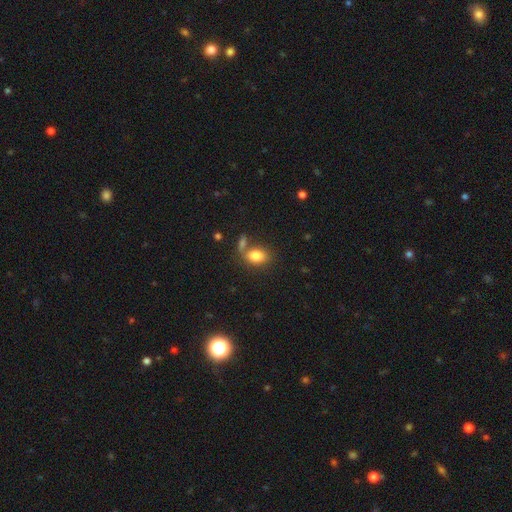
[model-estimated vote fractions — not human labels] smooth-or-featured: smooth: 83% | star or artifact: 9% | featured or disk: 9%
  how-rounded: in between: 82% | round: 16% | cigar-shaped: 2%
  merging: none: 59% | merger: 23% | minor disturbance: 13% | major disturbance: 5%